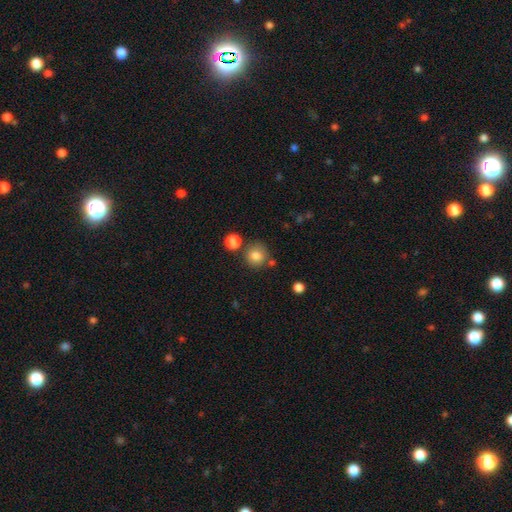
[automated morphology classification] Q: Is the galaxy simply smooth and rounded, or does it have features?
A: smooth — 82%.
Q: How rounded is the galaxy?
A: round — 88%.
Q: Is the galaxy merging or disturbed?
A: none — 74%.